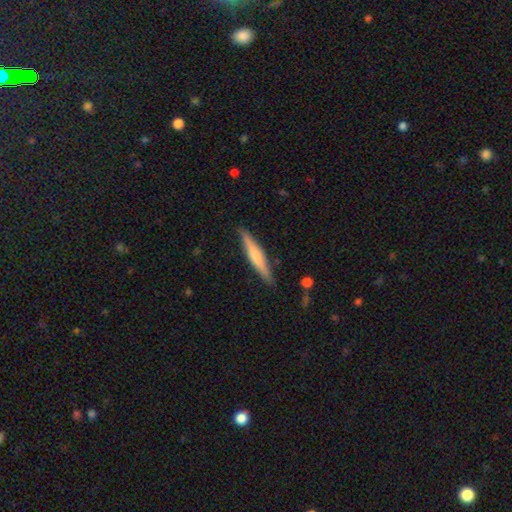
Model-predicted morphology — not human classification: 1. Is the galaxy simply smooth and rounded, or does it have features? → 52% smooth, 43% featured or disk, 5% star or artifact.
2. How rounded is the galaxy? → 92% cigar-shaped, 6% in between, 1% round.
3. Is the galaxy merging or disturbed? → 88% none, 9% minor disturbance, 2% major disturbance, 1% merger.